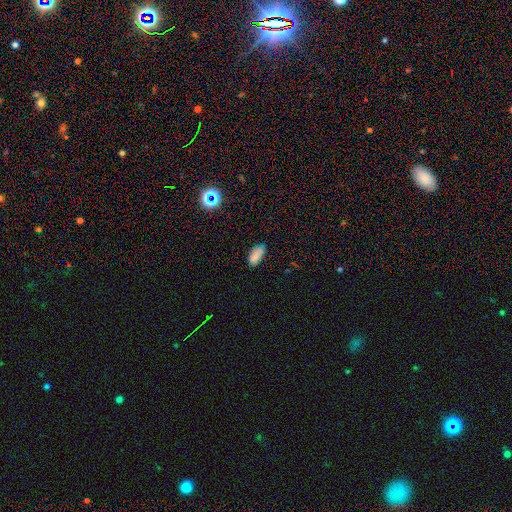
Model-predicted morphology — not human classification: A smooth galaxy with no disk features (81%) that is in between round and cigar-shaped (90%).

Vote fractions:
- Smooth or featured? smooth: 81% / star or artifact: 12% / featured or disk: 7%
- How rounded? in between: 90% / cigar-shaped: 7% / round: 4%
- Merging? none: 64% / minor disturbance: 27% / major disturbance: 6% / merger: 3%